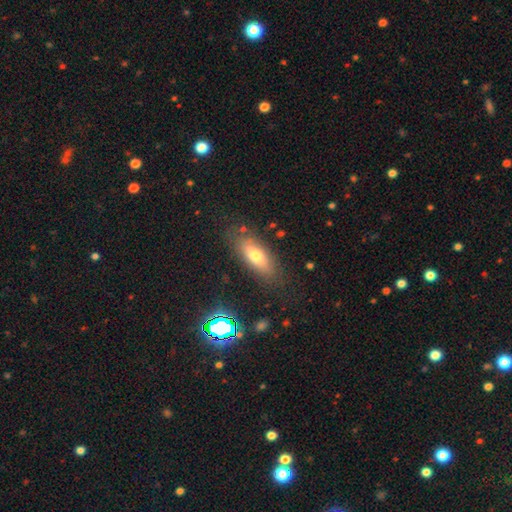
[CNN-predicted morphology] type=smooth (66%); roundness=in between (70%); merging=none (79%).